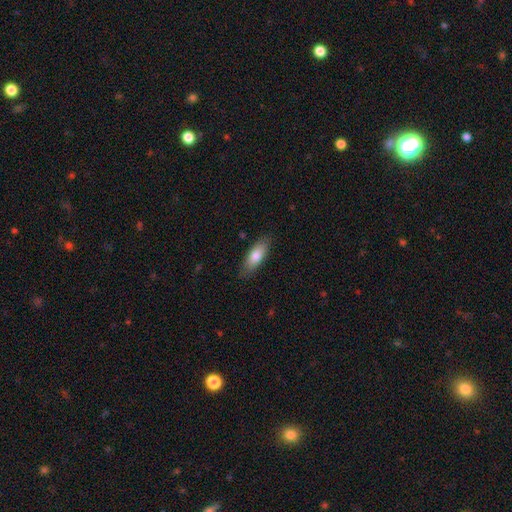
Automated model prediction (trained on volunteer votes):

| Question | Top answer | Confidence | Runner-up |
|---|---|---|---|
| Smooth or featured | smooth | 78% | featured or disk (16%) |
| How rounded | in between | 72% | cigar-shaped (26%) |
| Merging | none | 83% | minor disturbance (13%) |